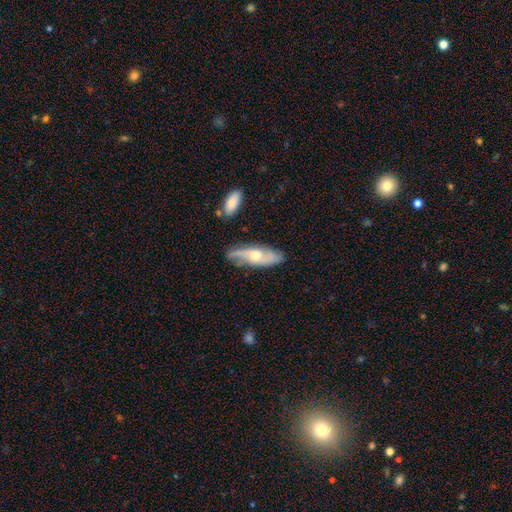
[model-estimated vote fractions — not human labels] Smooth or featured? featured or disk (66%)
Edge-on disk? no (78%)
Bar? no (65%)
Spiral arms? yes (87%)
Bulge size? moderate (66%)
Merging? none (75%)